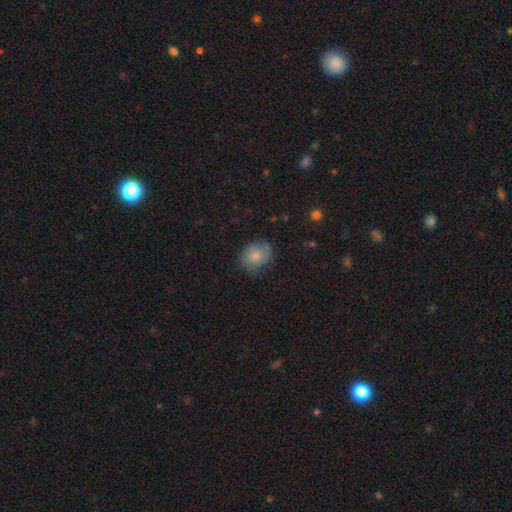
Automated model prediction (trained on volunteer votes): This is likely a smooth galaxy (74%). How rounded: possibly round (59%). Merging: likely none (73%).